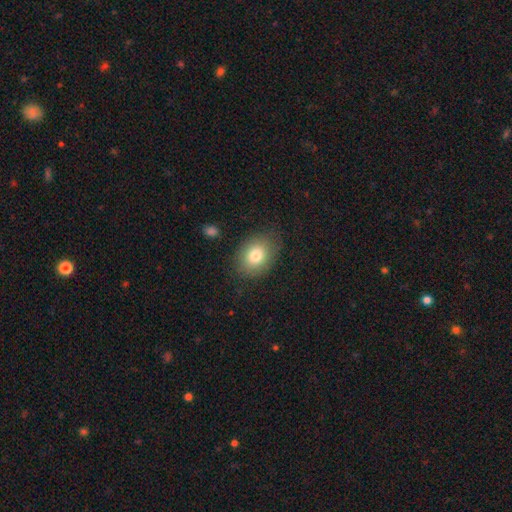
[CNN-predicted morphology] A smooth galaxy with no disk features (79%) that is in between round and cigar-shaped (64%). Merging: none (81%).